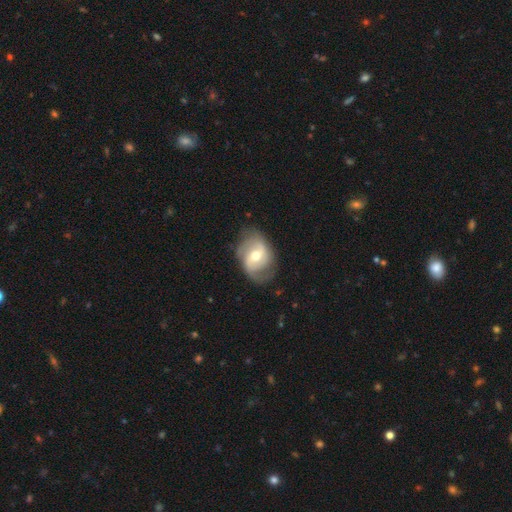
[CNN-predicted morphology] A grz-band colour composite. It shows a featured or disk galaxy (74%) with a weak bar (48%), 2 (69%) medium (45%) spiral arms (89%) and a moderate central bulge (68%). Merging: none (67%).